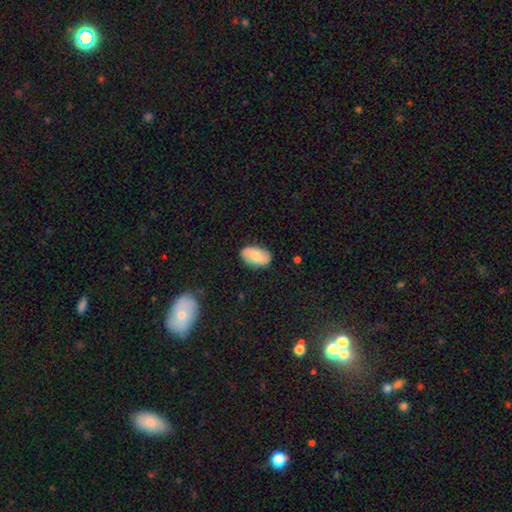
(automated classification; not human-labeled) A smooth galaxy with no disk features (63%) that is in between round and cigar-shaped (92%).

Vote fractions:
- Smooth or featured? smooth: 63% / featured or disk: 30% / star or artifact: 7%
- How rounded? in between: 92% / round: 6% / cigar-shaped: 2%
- Merging? none: 83% / minor disturbance: 13% / major disturbance: 3% / merger: 1%